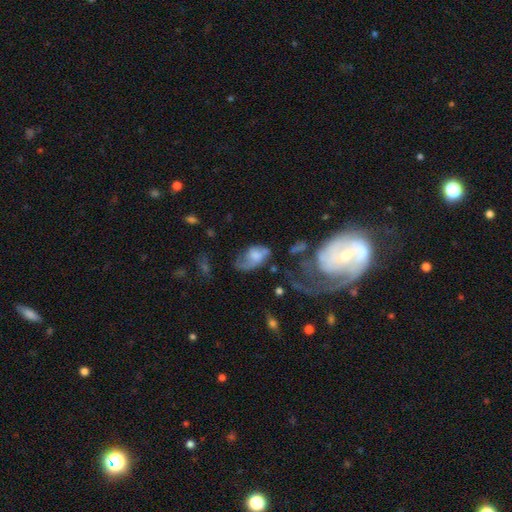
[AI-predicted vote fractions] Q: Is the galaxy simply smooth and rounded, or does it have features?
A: smooth — 46%.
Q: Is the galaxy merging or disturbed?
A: major disturbance — 34%.